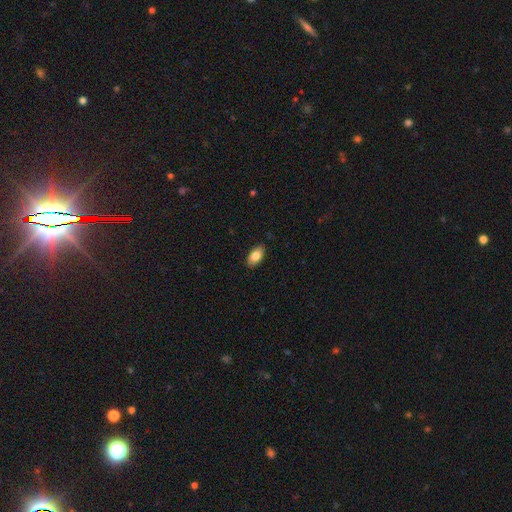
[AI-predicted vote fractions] A smooth galaxy with no disk features (82%) that is in between round and cigar-shaped (93%).

Vote fractions:
- Smooth or featured? smooth: 82% / featured or disk: 11% / star or artifact: 7%
- How rounded? in between: 93% / round: 4% / cigar-shaped: 3%
- Merging? none: 88% / minor disturbance: 10% / major disturbance: 2% / merger: 1%